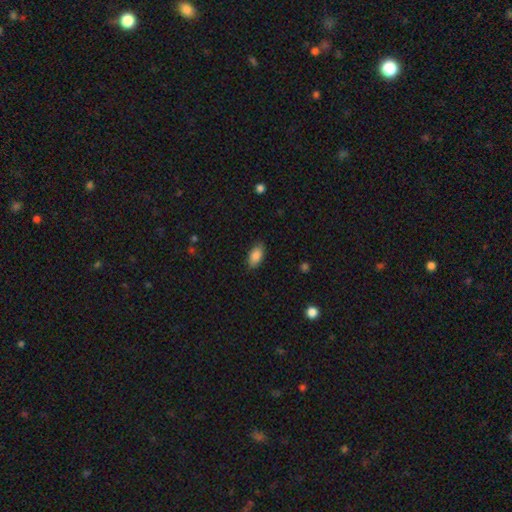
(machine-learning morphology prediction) This appears to be a smooth galaxy with no disk features (86%) that is in between round and cigar-shaped (93%). Merging: none (84%).